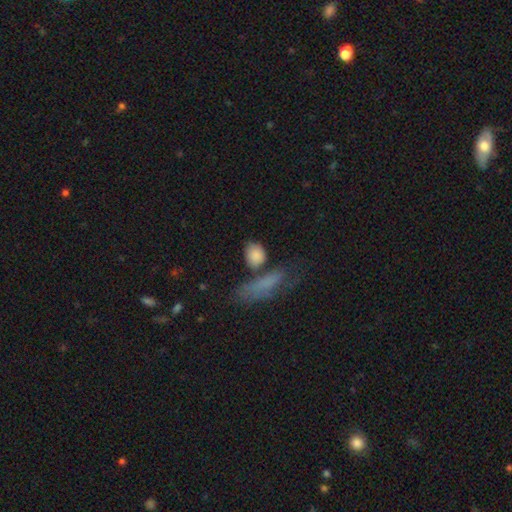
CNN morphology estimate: smooth-or-featured: smooth: 84% | featured or disk: 8% | star or artifact: 8%
  how-rounded: round: 50% | in between: 43% | cigar-shaped: 7%
  merging: none: 59% | merger: 16% | minor disturbance: 16% | major disturbance: 8%